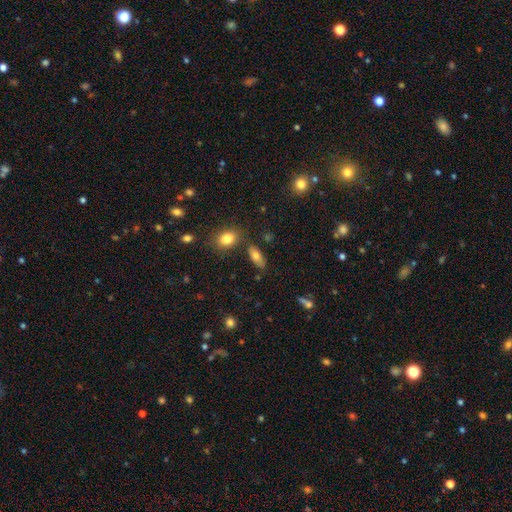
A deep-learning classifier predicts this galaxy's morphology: Q: Smooth or featured?
A: smooth (77%); runner-up: featured or disk (14%)
Q: How rounded?
A: in between (82%); runner-up: cigar-shaped (14%)
Q: Merging?
A: none (77%); runner-up: minor disturbance (13%)